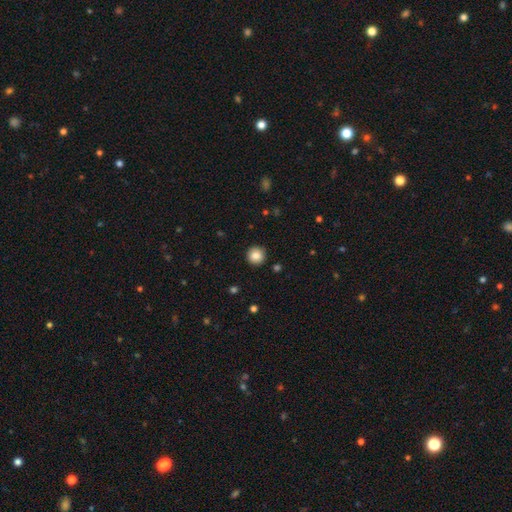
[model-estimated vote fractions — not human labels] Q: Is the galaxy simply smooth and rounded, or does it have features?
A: smooth — 86%.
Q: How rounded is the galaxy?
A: round — 95%.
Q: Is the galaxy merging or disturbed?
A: none — 92%.